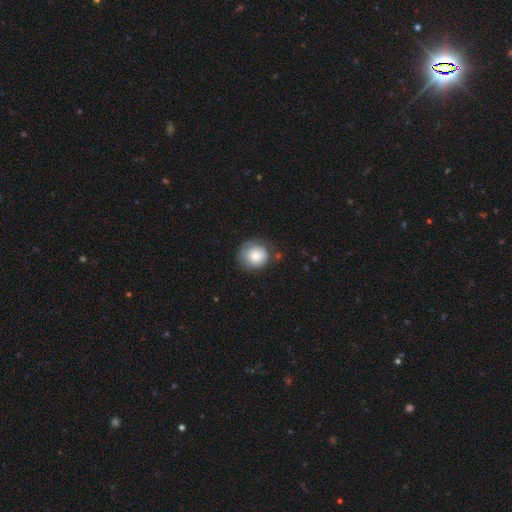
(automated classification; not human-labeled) Smooth or featured: smooth — 78% (featured or disk — 14%)
How rounded: round — 87% (in between — 12%)
Merging: none — 70% (minor disturbance — 21%)